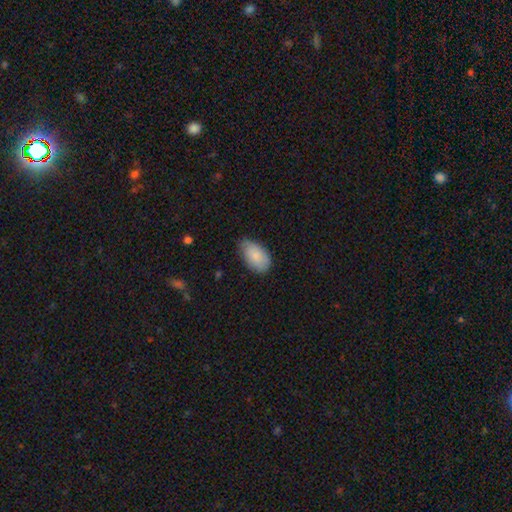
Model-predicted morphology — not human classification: Smooth or featured: smooth — 83% (featured or disk — 11%)
How rounded: in between — 94% (round — 4%)
Merging: none — 70% (minor disturbance — 25%)